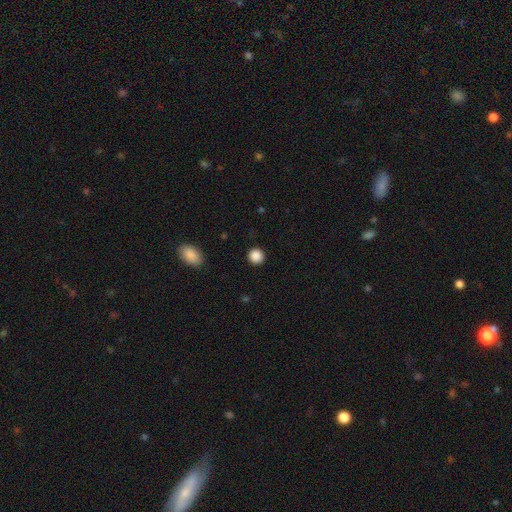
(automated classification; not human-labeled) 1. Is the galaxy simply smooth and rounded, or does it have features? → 87% smooth, 10% star or artifact, 3% featured or disk.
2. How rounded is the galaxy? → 93% round, 6% in between, 1% cigar-shaped.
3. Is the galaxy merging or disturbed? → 91% none, 5% minor disturbance, 2% major disturbance, 1% merger.